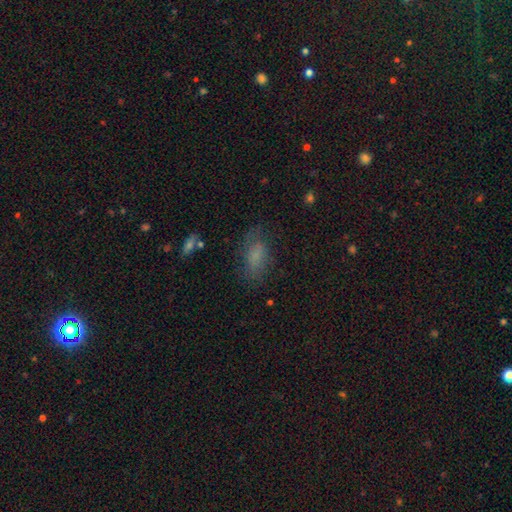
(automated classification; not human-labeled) Q: Smooth or featured?
A: smooth (68%); runner-up: featured or disk (17%)
Q: How rounded?
A: in between (86%); runner-up: round (7%)
Q: Merging?
A: none (64%); runner-up: minor disturbance (21%)